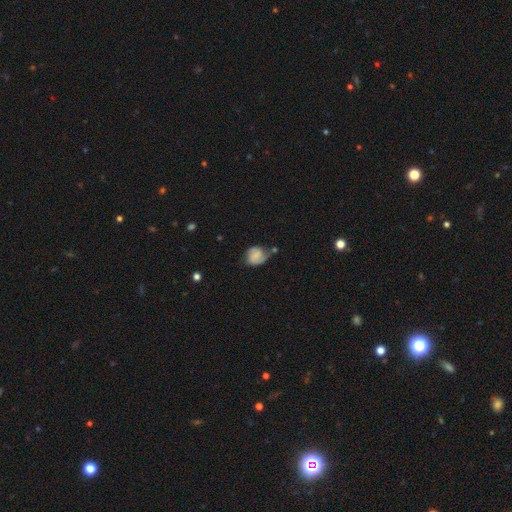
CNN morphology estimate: smooth-or-featured: featured or disk: 52% | smooth: 39% | star or artifact: 9%
  disk-edge-on: no: 97% | yes: 3%
    bar: no: 56% | weak: 36% | strong: 8%
    has-spiral-arms: yes: 90% | no: 10%
    bulge-size: small: 39% | none: 35% | moderate: 19% | large: 4% | dominant: 2%
  merging: none: 52% | minor disturbance: 27% | major disturbance: 12% | merger: 9%